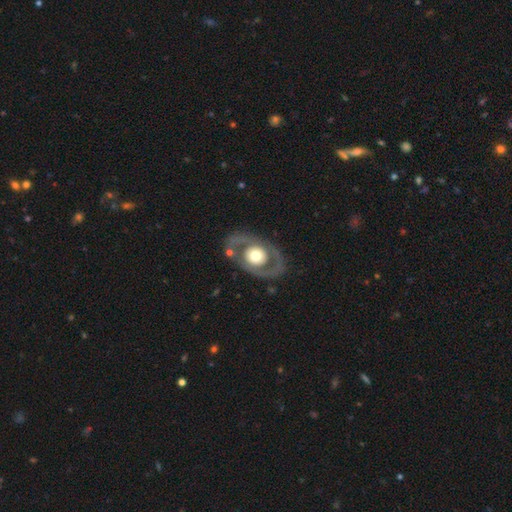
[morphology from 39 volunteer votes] Smooth or featured?
  - featured or disk: 62% *
  - smooth: 33%
  - star or artifact: 5%
Edge-on disk?
  - no: 83% *
  - yes: 17%
Bar?
  - no: 95% *
  - weak: 5%
  - strong: 0%
Spiral arms?
  - no: 95% *
  - yes: 5%
Bulge size?
  - moderate: 55% *
  - large: 35%
  - dominant: 10%
  - small: 0%
  - none: 0%
Merging?
  - none: 78% *
  - major disturbance: 11%
  - minor disturbance: 8%
  - merger: 3%